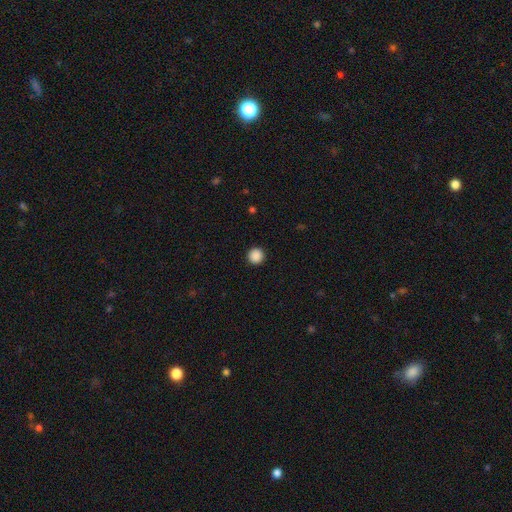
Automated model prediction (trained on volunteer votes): The model was most divided on "smooth or featured": smooth: 88%, star or artifact: 10%, featured or disk: 2%. More confident: how rounded — round (95%); merging — none (93%).